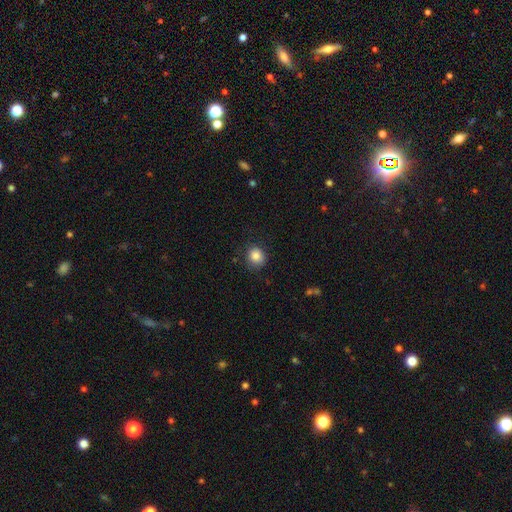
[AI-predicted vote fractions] Smooth or featured: smooth — 85% (star or artifact — 10%)
How rounded: round — 84% (in between — 15%)
Merging: none — 83% (minor disturbance — 13%)